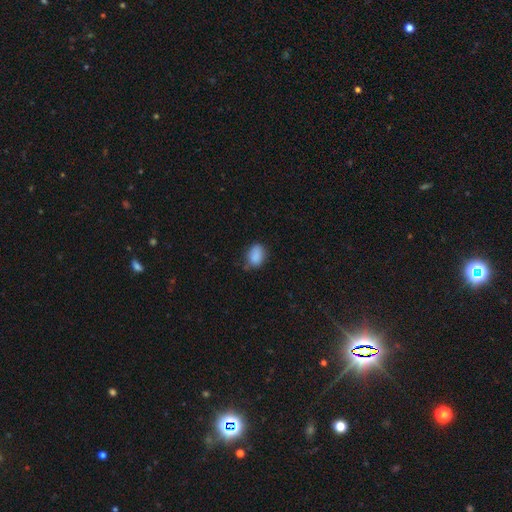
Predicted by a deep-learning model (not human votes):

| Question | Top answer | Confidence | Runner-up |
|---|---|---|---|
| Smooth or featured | smooth | 86% | star or artifact (9%) |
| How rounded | in between | 74% | round (24%) |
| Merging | none | 63% | minor disturbance (29%) |